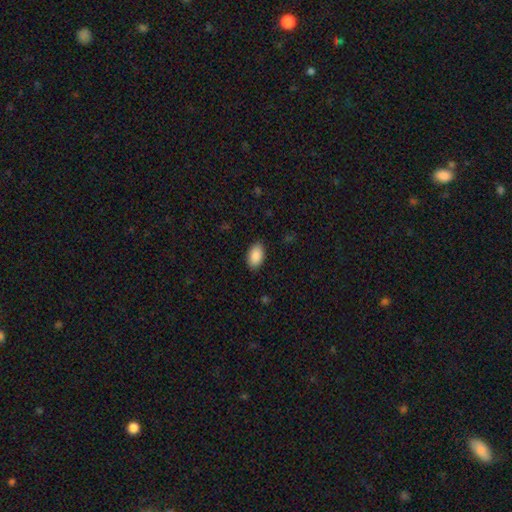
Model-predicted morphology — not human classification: Smooth or featured? smooth (90%)
How rounded? in between (93%)
Merging? none (88%)